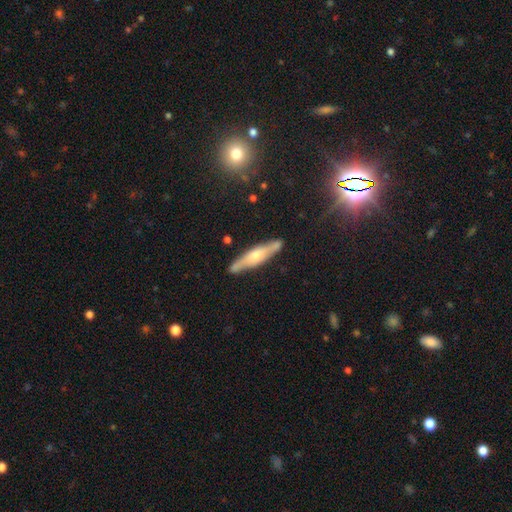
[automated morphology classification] A featured or disk galaxy (56%) viewed edge-on (82%).

Vote fractions:
- Smooth or featured? featured or disk: 56% / smooth: 35% / star or artifact: 8%
- Edge-on disk? yes: 82% / no: 18%
- Merging? none: 83% / minor disturbance: 12% / major disturbance: 2% / merger: 2%